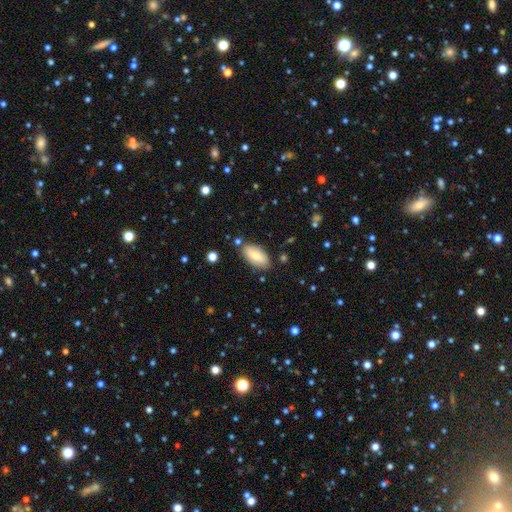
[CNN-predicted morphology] smooth_or_featured: smooth (p=0.74) [alt: featured or disk p=0.19]
how_rounded: in between (p=0.92) [alt: cigar-shaped p=0.05]
merging: none (p=0.82) [alt: minor disturbance p=0.12]